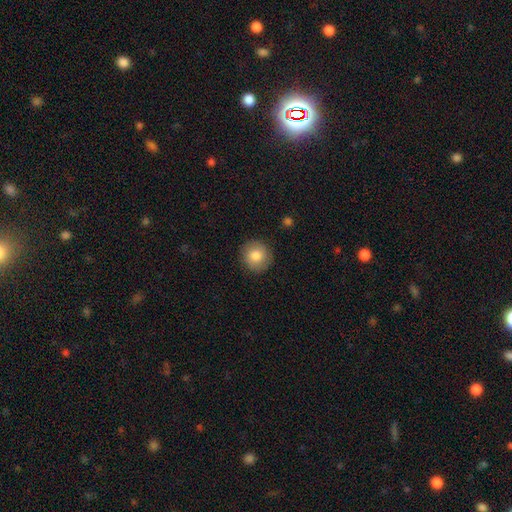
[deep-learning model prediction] Smooth or featured? Predicted: smooth (p=0.82). How rounded? Predicted: round (p=0.93). Merging? Predicted: none (p=0.90).